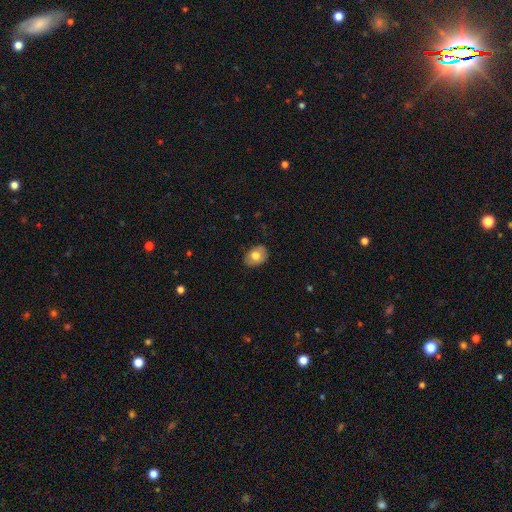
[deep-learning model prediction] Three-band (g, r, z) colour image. It shows a smooth galaxy with no disk features (71%) that is in between round and cigar-shaped (67%). Merging: none (84%).